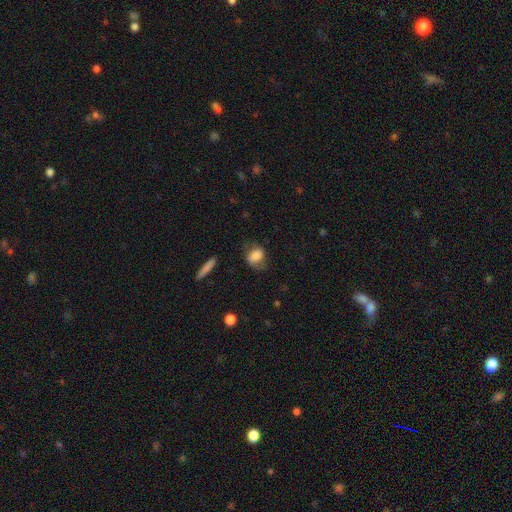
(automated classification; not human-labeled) Smooth or featured? Predicted: smooth (p=0.71). How rounded? Predicted: in between (p=0.64). Merging? Predicted: none (p=0.60).